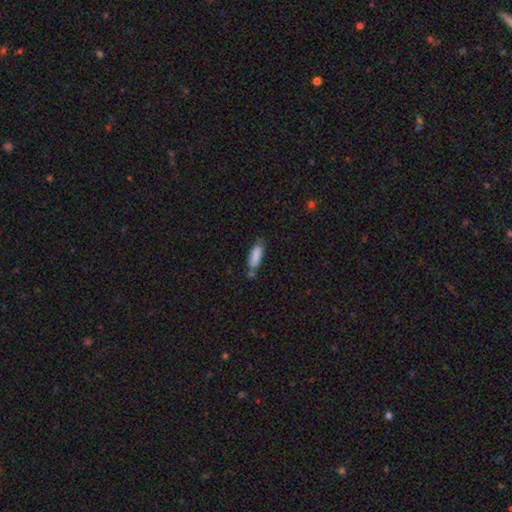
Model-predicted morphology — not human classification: smooth-or-featured: smooth: 85% | featured or disk: 7% | star or artifact: 7%
  how-rounded: in between: 56% | cigar-shaped: 42% | round: 2%
  merging: none: 59% | minor disturbance: 21% | merger: 14% | major disturbance: 5%